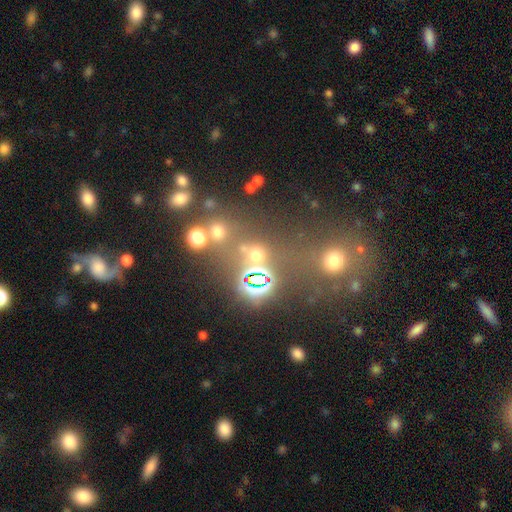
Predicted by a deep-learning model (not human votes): Morphology: type=star or artifact (46%).